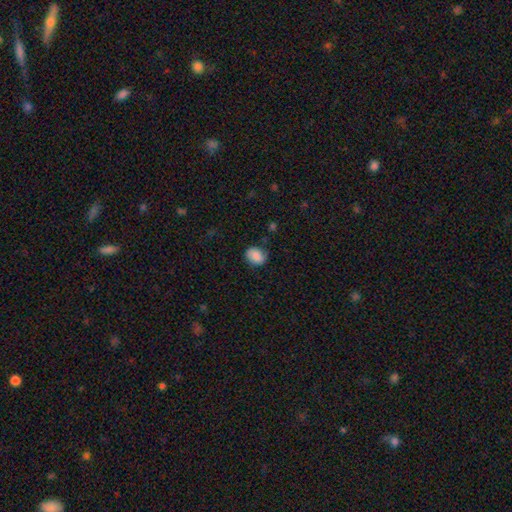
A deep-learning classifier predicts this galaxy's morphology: type=smooth (80%); roundness=round (52%); merging=none (71%).